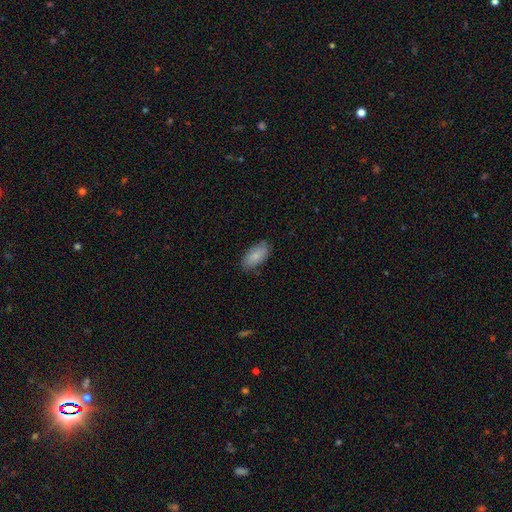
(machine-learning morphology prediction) A smooth galaxy with no disk features (84%) that is in between round and cigar-shaped (92%). Merging: none (82%).